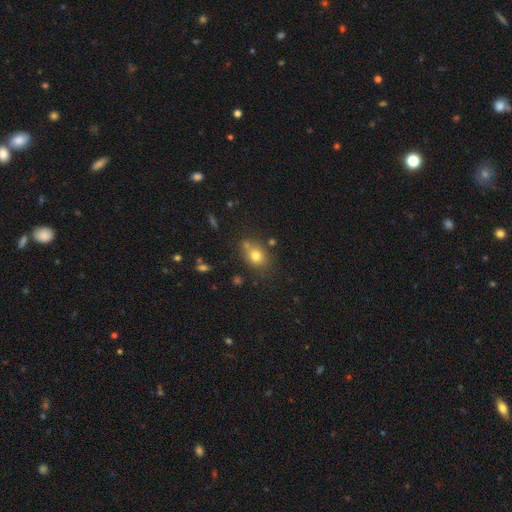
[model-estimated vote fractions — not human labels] Smooth or featured? smooth (75%)
How rounded? in between (55%)
Merging? none (65%)